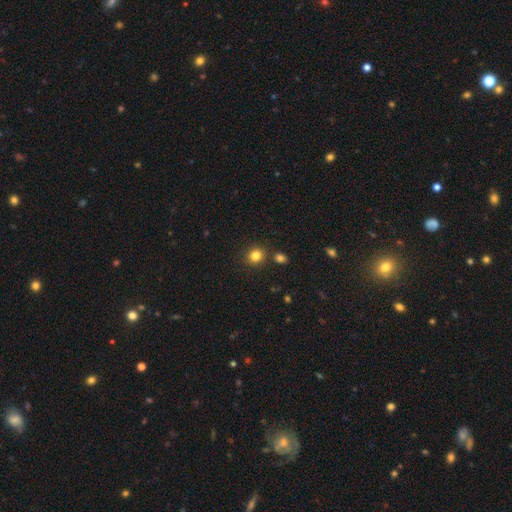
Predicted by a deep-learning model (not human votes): Smooth or featured?
  - smooth: 83% *
  - star or artifact: 12%
  - featured or disk: 5%
How rounded?
  - round: 82% *
  - in between: 17%
  - cigar-shaped: 1%
Merging?
  - none: 82% *
  - minor disturbance: 8%
  - merger: 7%
  - major disturbance: 3%